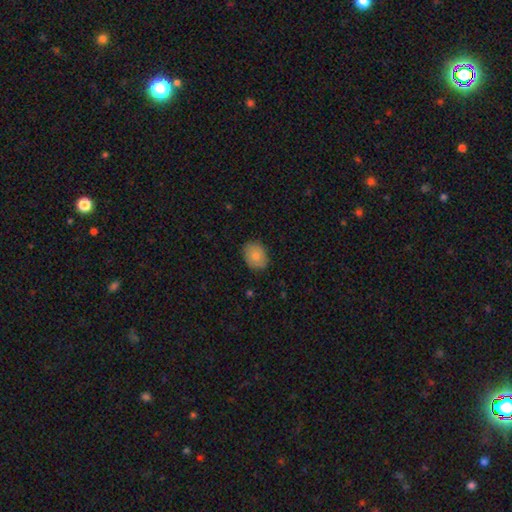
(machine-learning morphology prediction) smooth 80%, featured or disk 12%, star or artifact 8%. Down the decision tree: how rounded — in between (61%); merging — none (84%).